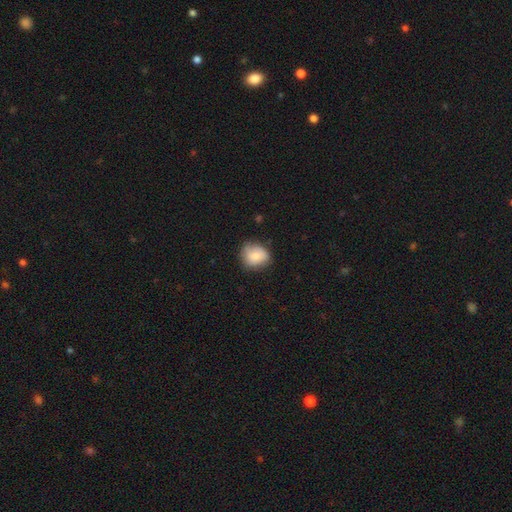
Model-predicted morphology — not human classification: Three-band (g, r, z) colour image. It shows a smooth galaxy with no disk features (73%) that is round (69%). Merging: none (65%).